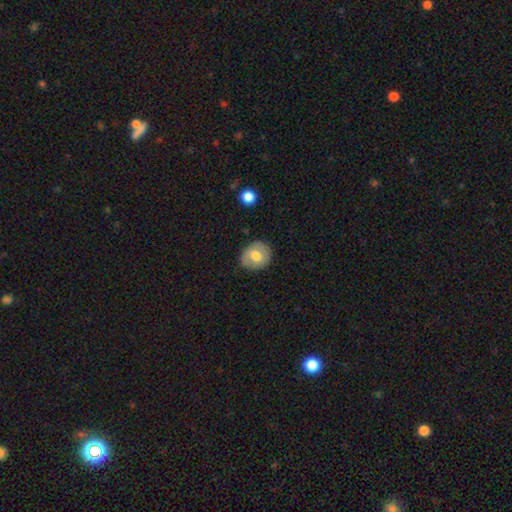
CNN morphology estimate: A smooth galaxy with no disk features (66%) that is round (71%).

Vote fractions:
- Smooth or featured? smooth: 66% / featured or disk: 27% / star or artifact: 7%
- How rounded? round: 71% / in between: 28% / cigar-shaped: 1%
- Merging? none: 82% / minor disturbance: 14% / major disturbance: 3% / merger: 1%